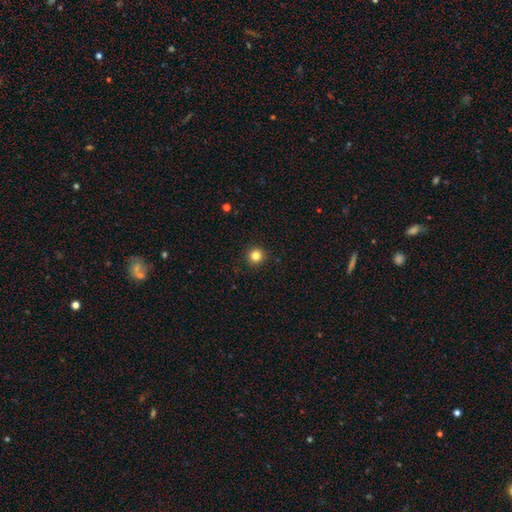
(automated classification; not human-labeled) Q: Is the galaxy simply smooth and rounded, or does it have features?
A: smooth — 83%.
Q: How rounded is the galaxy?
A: round — 94%.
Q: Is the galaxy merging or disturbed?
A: none — 92%.